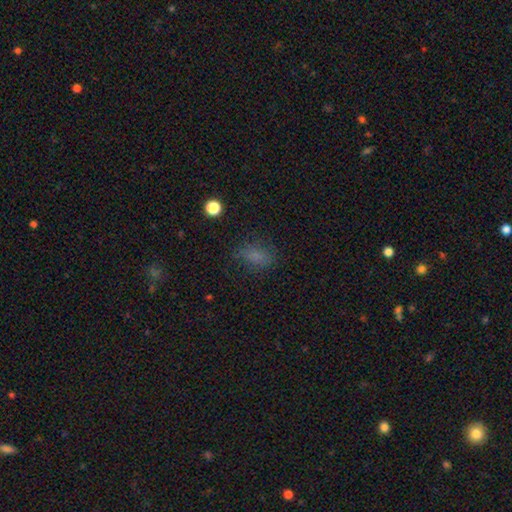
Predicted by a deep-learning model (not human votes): smooth-or-featured: smooth: 73% | star or artifact: 18% | featured or disk: 9%
  how-rounded: in between: 80% | round: 15% | cigar-shaped: 4%
  merging: none: 71% | minor disturbance: 20% | major disturbance: 8% | merger: 2%